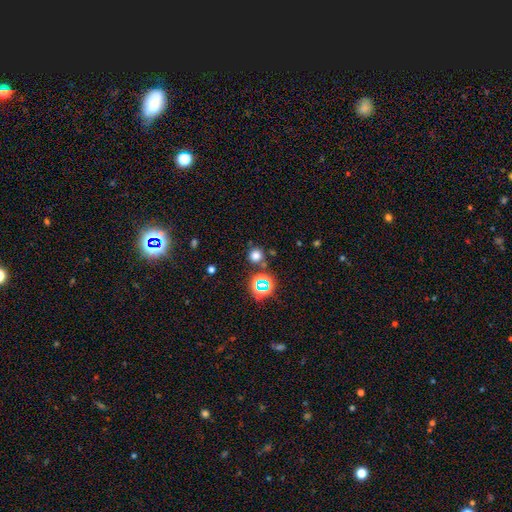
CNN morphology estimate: The model was most divided on "smooth or featured": smooth: 70%, star or artifact: 25%, featured or disk: 6%. More confident: how rounded — round (93%); merging — none (81%).